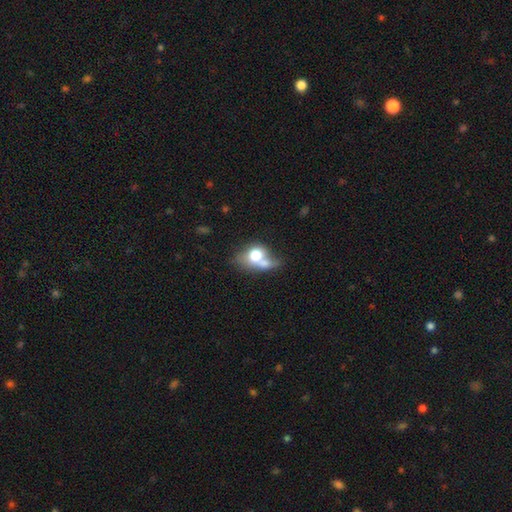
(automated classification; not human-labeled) The model was most divided on "how rounded": in between: 54%, round: 43%, cigar-shaped: 2%. More confident: smooth or featured — smooth (67%); merging — merger (53%).